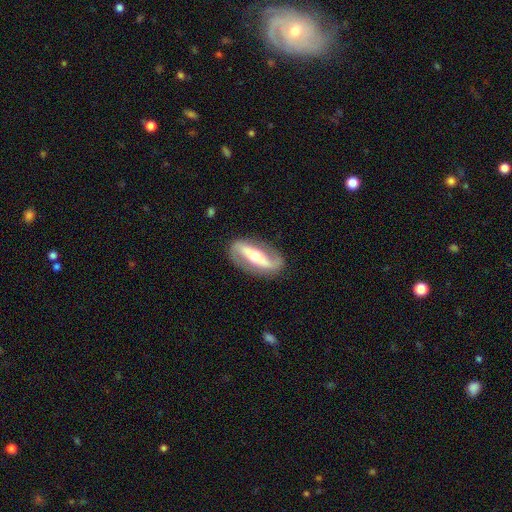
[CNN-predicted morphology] Q: Smooth or featured?
A: featured or disk (80%); runner-up: smooth (15%)
Q: Edge-on disk?
A: no (83%); runner-up: yes (17%)
Q: Bar?
A: strong (65%); runner-up: weak (18%)
Q: Spiral arms?
A: yes (83%); runner-up: no (17%)
Q: Spiral winding?
A: loose (47%); runner-up: medium (34%)
Q: Spiral arm count?
A: 2 (90%); runner-up: can't tell (4%)
Q: Bulge size?
A: moderate (61%); runner-up: small (24%)
Q: Merging?
A: none (84%); runner-up: minor disturbance (11%)